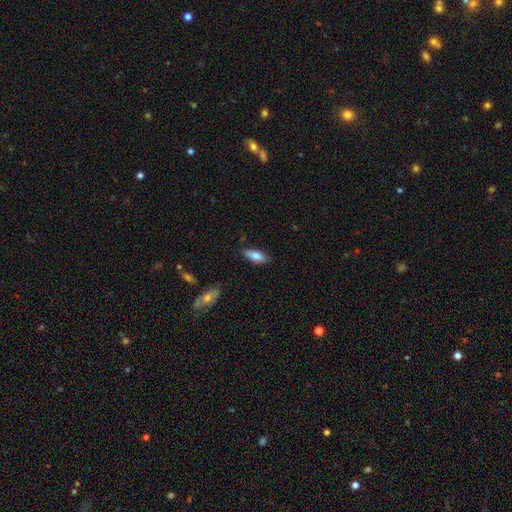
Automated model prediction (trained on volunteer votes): smooth_or_featured: smooth (p=0.81) [alt: featured or disk p=0.13]
how_rounded: in between (p=0.77) [alt: cigar-shaped p=0.22]
merging: none (p=0.82) [alt: minor disturbance p=0.14]